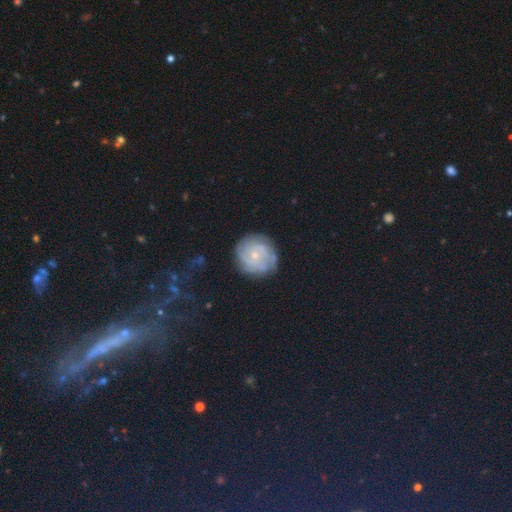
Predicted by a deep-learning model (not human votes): A featured or disk galaxy (73%) with no bar (76%), tight (73%) spiral arms (90%) and a small central bulge (71%).

Vote fractions:
- Smooth or featured? featured or disk: 73% / smooth: 19% / star or artifact: 8%
- Edge-on disk? no: 97% / yes: 3%
- Bar? no: 76% / weak: 20% / strong: 3%
- Spiral arms? yes: 90% / no: 10%
- Spiral winding? tight: 73% / medium: 21% / loose: 6%
- Spiral arm count? can't tell: 42% / 3: 15% / 2: 15% / 4: 13% / more than 4: 8% / 1: 7%
- Bulge size? small: 71% / moderate: 24% / none: 2% / large: 1% / dominant: 1%
- Merging? none: 79% / minor disturbance: 14% / major disturbance: 5% / merger: 2%